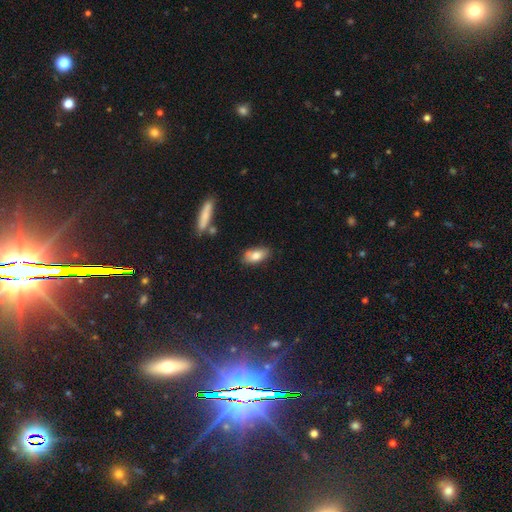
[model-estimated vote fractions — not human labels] Q: Smooth or featured?
A: smooth (78%); runner-up: featured or disk (15%)
Q: How rounded?
A: in between (87%); runner-up: cigar-shaped (10%)
Q: Merging?
A: none (77%); runner-up: minor disturbance (16%)